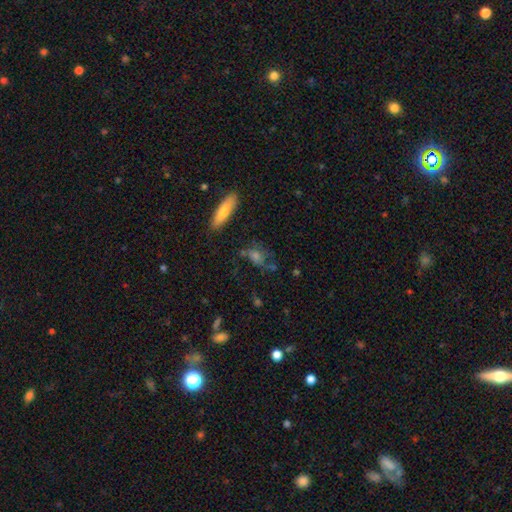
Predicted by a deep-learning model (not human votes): Q: Smooth or featured?
A: smooth (40%); runner-up: featured or disk (39%)
Q: Merging?
A: none (62%); runner-up: minor disturbance (19%)